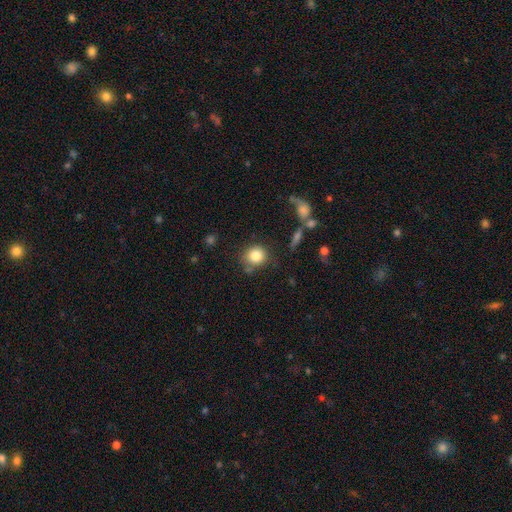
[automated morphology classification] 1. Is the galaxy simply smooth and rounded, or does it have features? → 83% smooth, 10% star or artifact, 7% featured or disk.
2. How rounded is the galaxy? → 84% round, 15% in between, 1% cigar-shaped.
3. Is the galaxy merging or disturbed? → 74% none, 14% minor disturbance, 8% merger, 5% major disturbance.